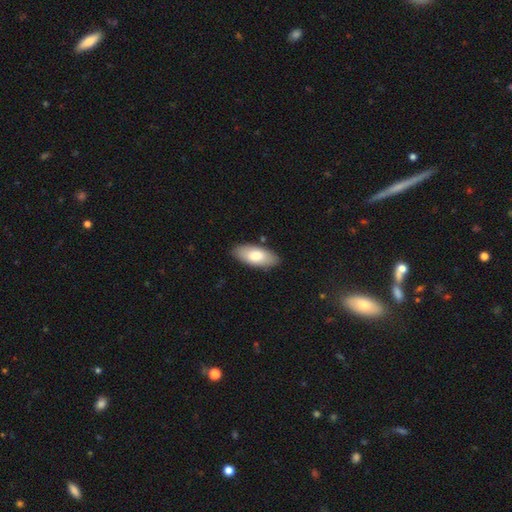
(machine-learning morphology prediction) Smooth or featured?
  - smooth: 79% *
  - featured or disk: 15%
  - star or artifact: 5%
How rounded?
  - in between: 88% *
  - cigar-shaped: 10%
  - round: 2%
Merging?
  - none: 86% *
  - minor disturbance: 10%
  - major disturbance: 2%
  - merger: 1%